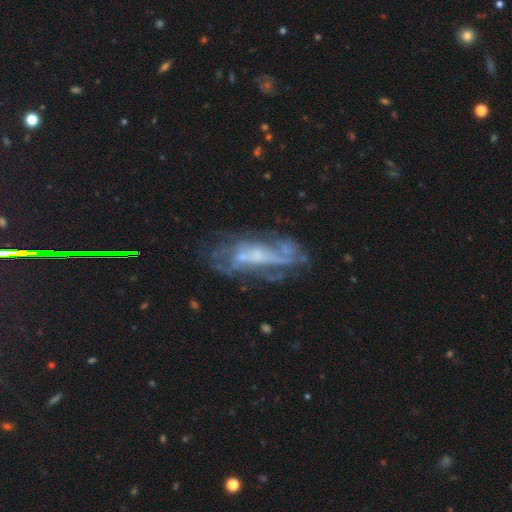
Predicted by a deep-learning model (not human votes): Smooth or featured? Predicted: featured or disk (p=0.71). Edge-on disk? Predicted: no (p=0.85). Bar? Predicted: no (p=0.62). Spiral arms? Predicted: yes (p=0.53). Bulge size? Predicted: small (p=0.42). Merging? Predicted: none (p=0.45).